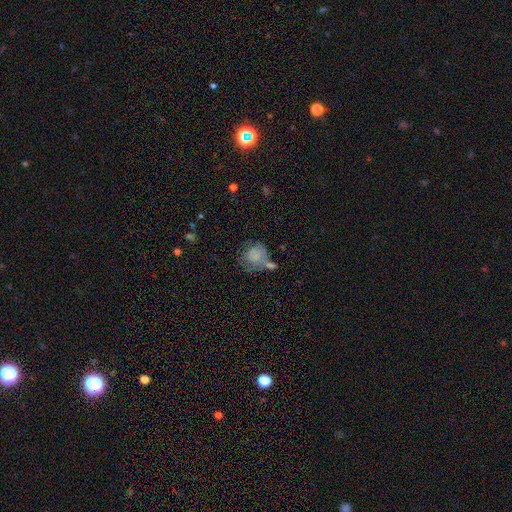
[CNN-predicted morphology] Overall: smooth (71%). How rounded: round (71%). Merging: none (32%; merger 24%).